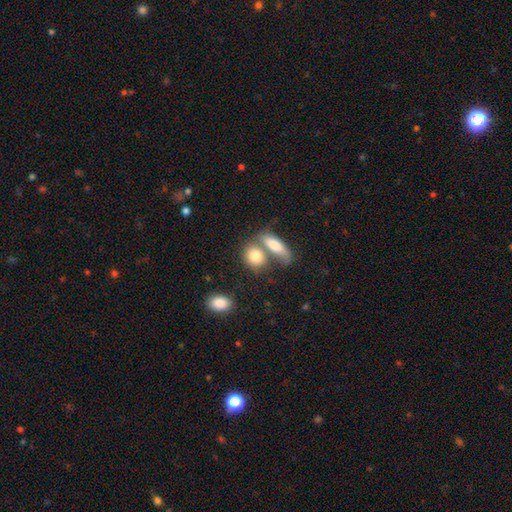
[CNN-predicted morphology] smooth 80%, featured or disk 13%, star or artifact 7%. Down the decision tree: how rounded — in between (56%); merging — merger (47%).